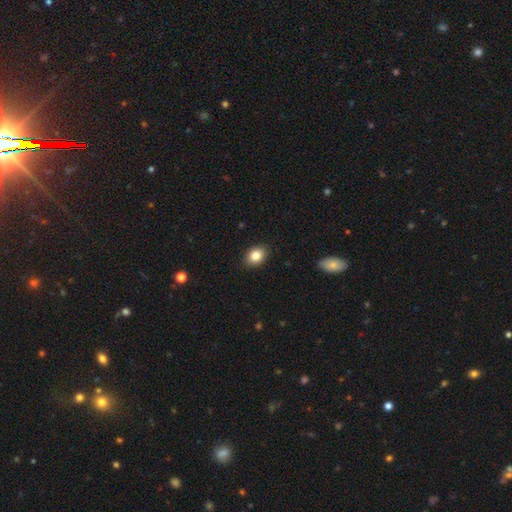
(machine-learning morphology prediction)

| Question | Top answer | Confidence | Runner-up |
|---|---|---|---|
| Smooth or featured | smooth | 84% | star or artifact (9%) |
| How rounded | in between | 61% | round (38%) |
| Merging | none | 88% | minor disturbance (9%) |